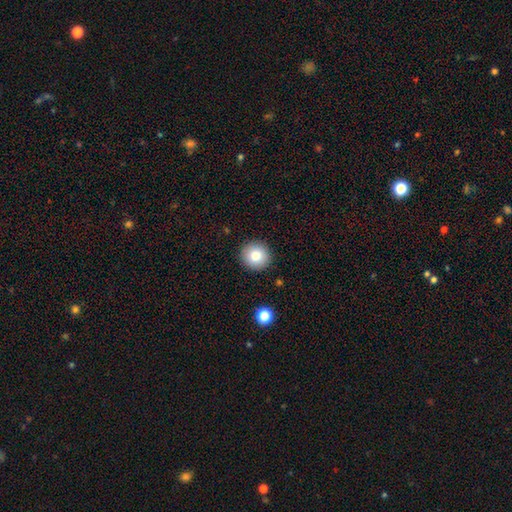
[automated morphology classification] smooth-or-featured: smooth: 82% | star or artifact: 9% | featured or disk: 8%
  how-rounded: round: 93% | in between: 6% | cigar-shaped: 1%
  merging: none: 91% | minor disturbance: 6% | major disturbance: 2% | merger: 1%